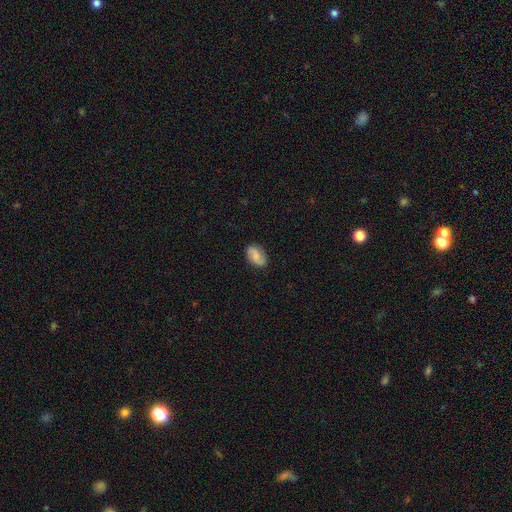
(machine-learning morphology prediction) Smooth or featured: smooth — 60% (featured or disk — 32%)
How rounded: in between — 91% (round — 6%)
Merging: none — 83% (minor disturbance — 13%)